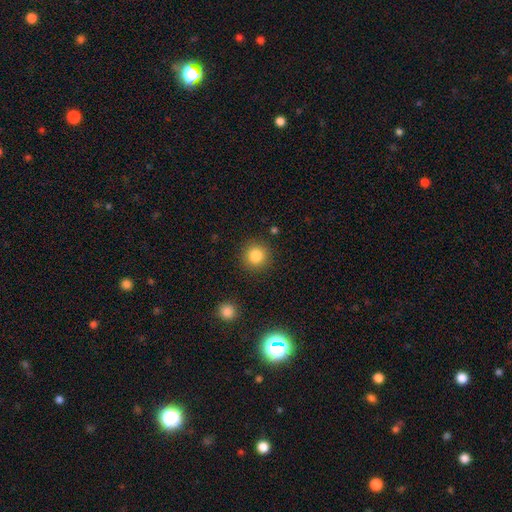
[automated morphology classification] Q: Smooth or featured?
A: smooth (84%); runner-up: star or artifact (10%)
Q: How rounded?
A: round (94%); runner-up: in between (5%)
Q: Merging?
A: none (89%); runner-up: minor disturbance (7%)